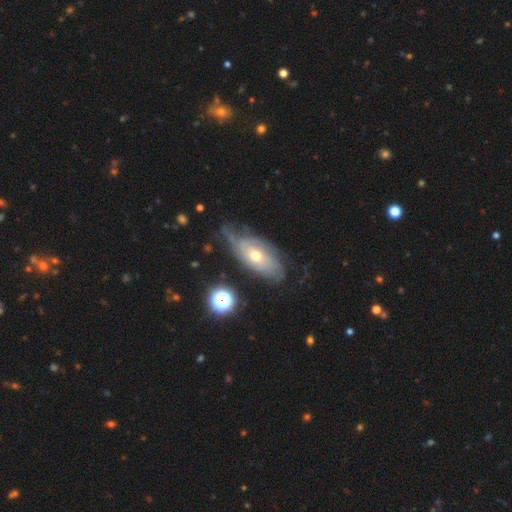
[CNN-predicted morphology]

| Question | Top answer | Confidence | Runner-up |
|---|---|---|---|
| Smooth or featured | featured or disk | 65% | smooth (26%) |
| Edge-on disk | no | 86% | yes (14%) |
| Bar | no | 78% | weak (18%) |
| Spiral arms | yes | 78% | no (22%) |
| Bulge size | moderate | 60% | small (35%) |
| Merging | none | 52% | minor disturbance (31%) |